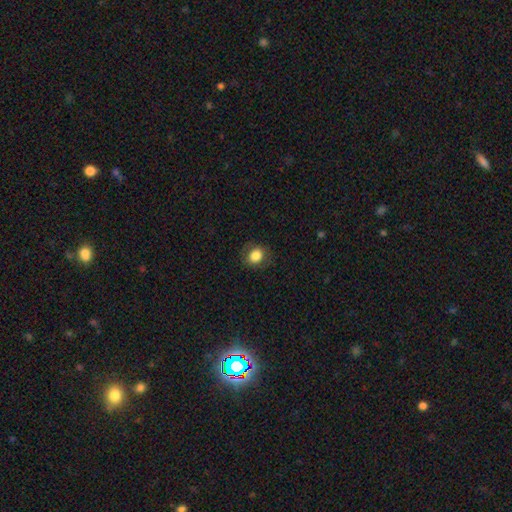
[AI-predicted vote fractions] Smooth or featured: smooth — 83% (star or artifact — 9%)
How rounded: round — 64% (in between — 35%)
Merging: none — 80% (minor disturbance — 14%)